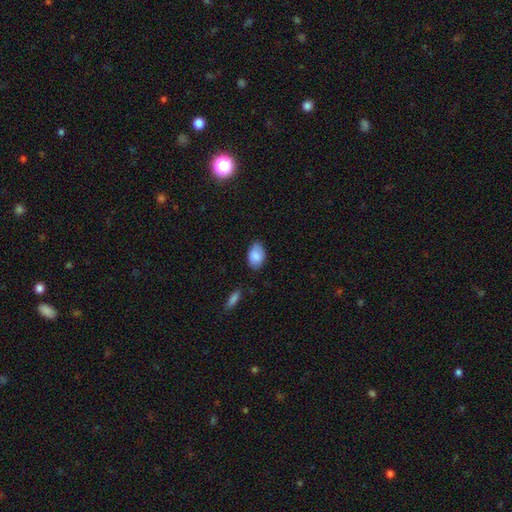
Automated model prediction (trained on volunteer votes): smooth-or-featured: smooth: 87% | featured or disk: 7% | star or artifact: 6%
  how-rounded: in between: 90% | round: 8% | cigar-shaped: 1%
  merging: none: 79% | minor disturbance: 16% | major disturbance: 3% | merger: 2%